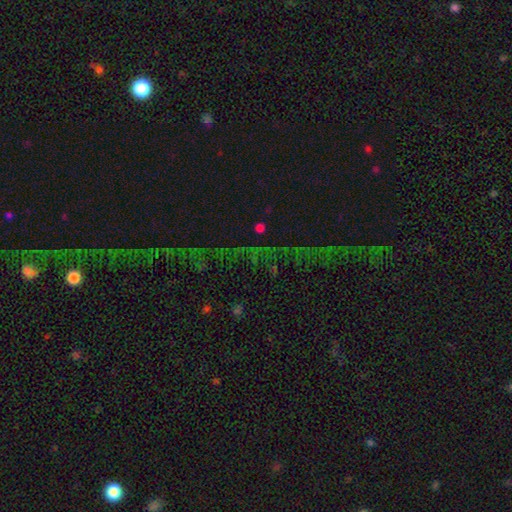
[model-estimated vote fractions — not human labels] Q: Smooth or featured?
A: star or artifact (76%); runner-up: featured or disk (14%)